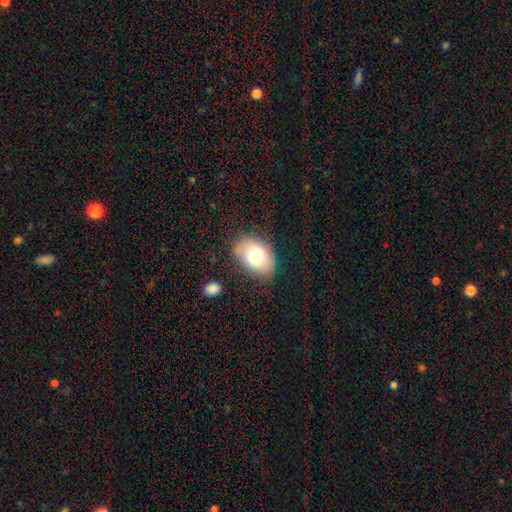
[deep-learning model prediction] Morphology: type=smooth (71%); roundness=in between (83%); merging=none (72%).